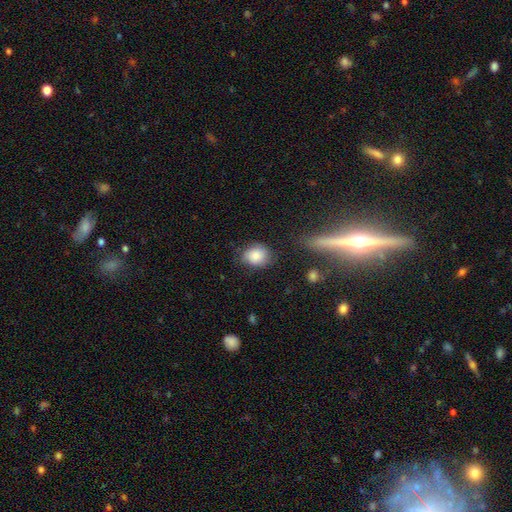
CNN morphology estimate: type=smooth (79%); roundness=round (57%); merging=none (68%).